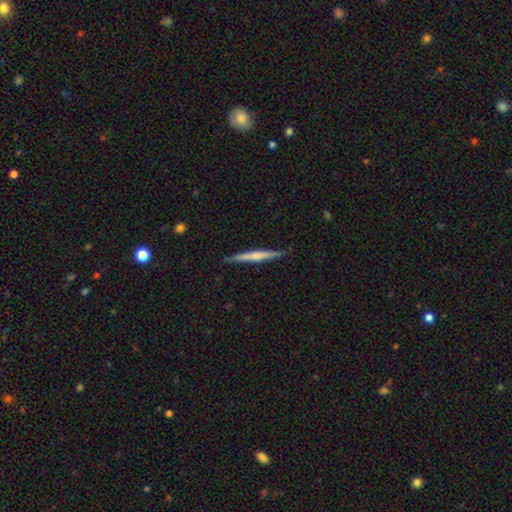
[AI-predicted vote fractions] Smooth or featured: featured or disk — 56% (smooth — 39%)
Edge-on disk: yes — 97% (no — 3%)
Edge-on bulge: rounded — 50% (none — 39%)
Merging: none — 88% (minor disturbance — 9%)